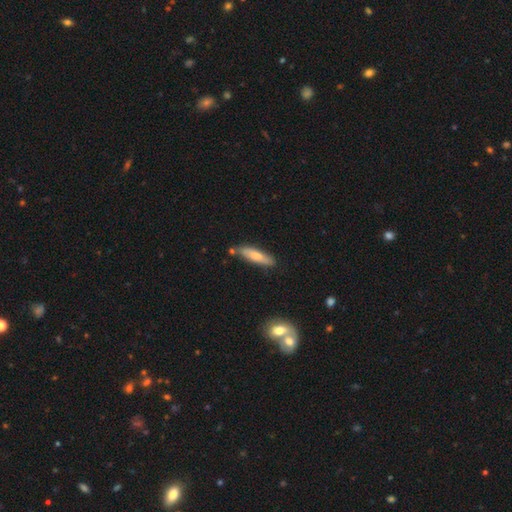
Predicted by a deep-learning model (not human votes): Smooth or featured? Predicted: smooth (p=0.71). How rounded? Predicted: cigar-shaped (p=0.71). Merging? Predicted: none (p=0.74).